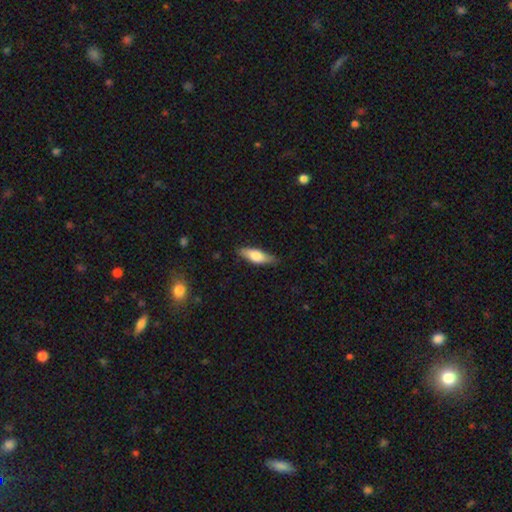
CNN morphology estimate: Q: Smooth or featured?
A: smooth (67%); runner-up: featured or disk (28%)
Q: How rounded?
A: in between (54%); runner-up: cigar-shaped (43%)
Q: Merging?
A: none (80%); runner-up: minor disturbance (16%)